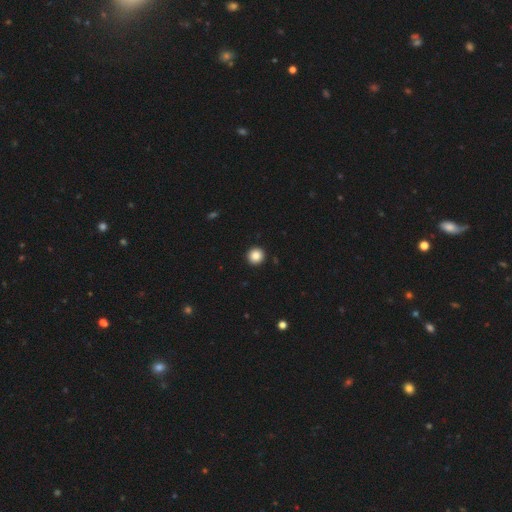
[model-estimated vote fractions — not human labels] This is clearly a smooth galaxy (85%). How rounded: clearly round (95%). Merging: clearly none (94%).